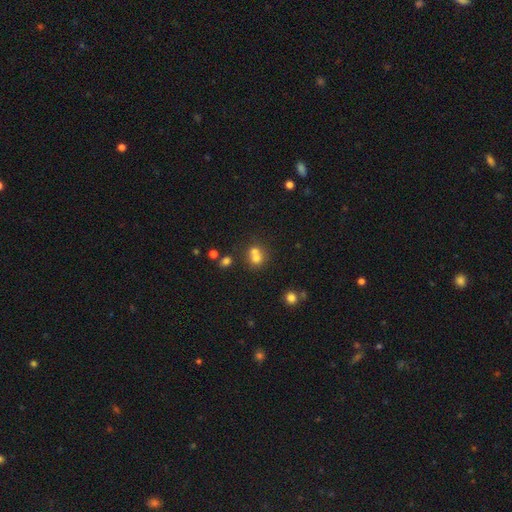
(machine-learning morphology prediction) type=smooth (68%); roundness=round (76%); merging=merger (59%).